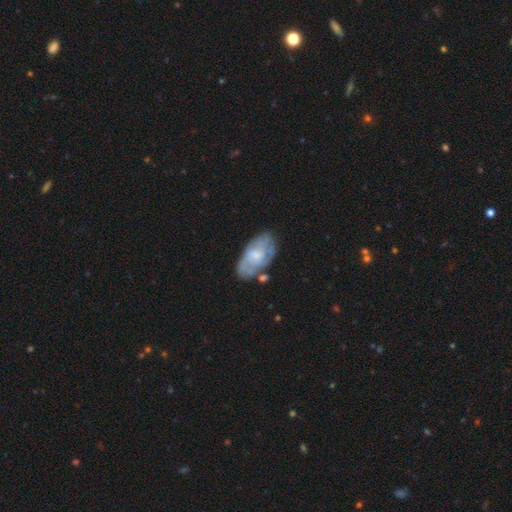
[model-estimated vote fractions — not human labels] A featured or disk galaxy (56%) with no bar (68%), spiral arms (61%) and a moderate central bulge (40%, tied with small). Merging: none (59%).